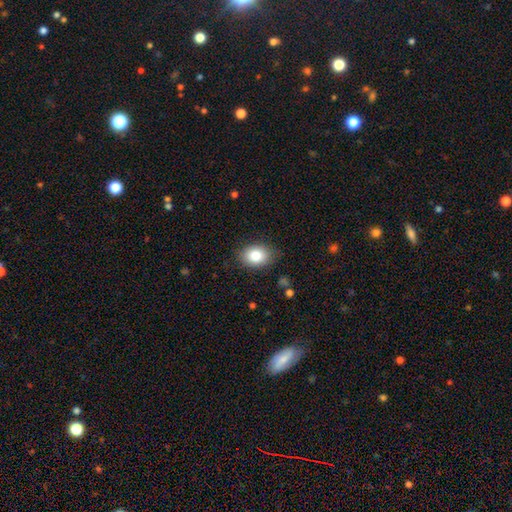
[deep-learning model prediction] smooth_or_featured: smooth (p=0.82) [alt: featured or disk p=0.09]
how_rounded: in between (p=0.70) [alt: round p=0.29]
merging: none (p=0.83) [alt: minor disturbance p=0.13]